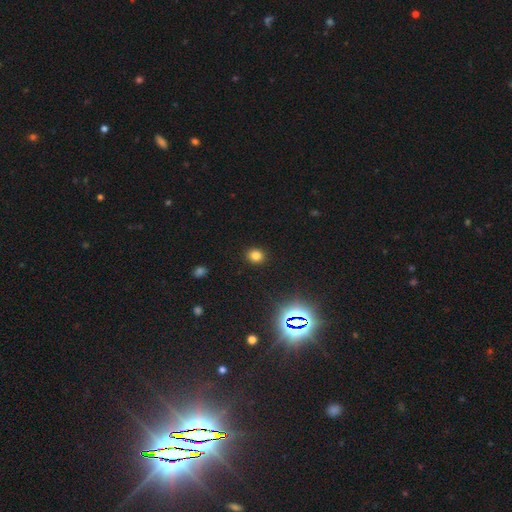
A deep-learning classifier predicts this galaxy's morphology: A smooth galaxy with no disk features (77%) that is round (77%).

Vote fractions:
- Smooth or featured? smooth: 77% / star or artifact: 17% / featured or disk: 5%
- How rounded? round: 77% / in between: 22% / cigar-shaped: 1%
- Merging? none: 91% / minor disturbance: 6% / major disturbance: 2% / merger: 1%